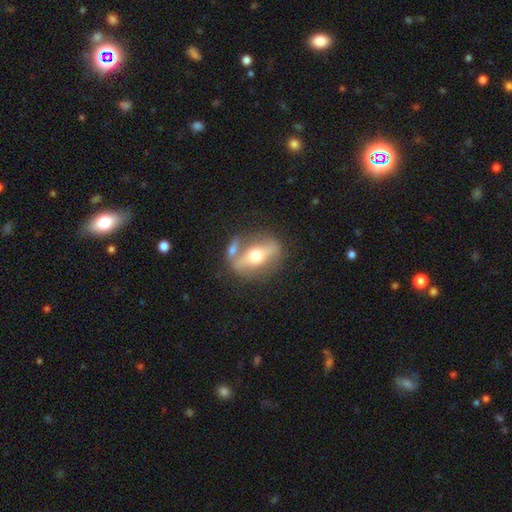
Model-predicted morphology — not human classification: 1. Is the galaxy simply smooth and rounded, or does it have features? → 65% featured or disk, 27% smooth, 7% star or artifact.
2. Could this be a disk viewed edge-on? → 52% yes, 48% no.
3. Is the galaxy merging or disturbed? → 68% none, 13% merger, 13% minor disturbance, 6% major disturbance.